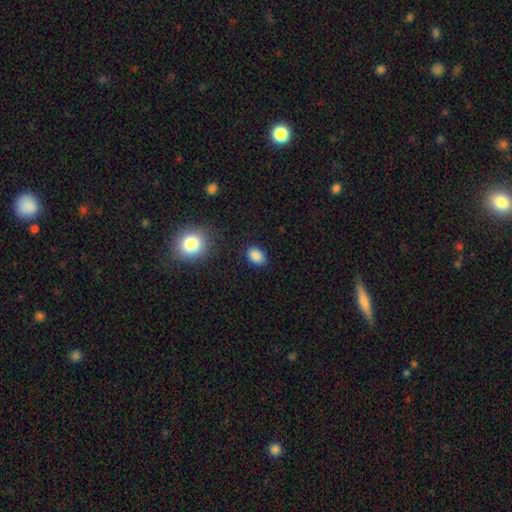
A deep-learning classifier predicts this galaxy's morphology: Smooth or featured: smooth — 87% (star or artifact — 9%)
How rounded: in between — 77% (round — 22%)
Merging: none — 85% (minor disturbance — 11%)